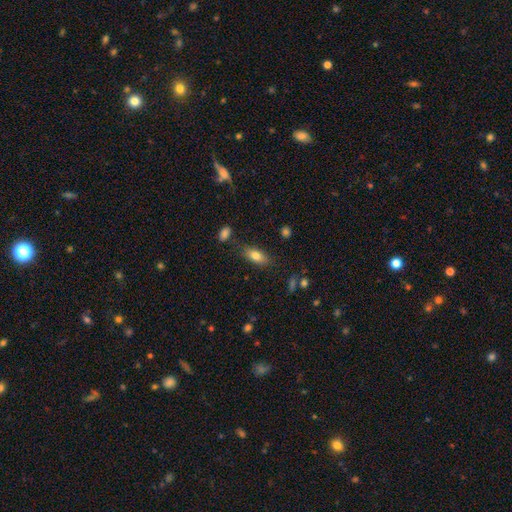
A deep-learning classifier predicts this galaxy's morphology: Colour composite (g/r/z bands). It shows a smooth galaxy with no disk features (81%) that is in between round and cigar-shaped (86%). Merging: none (80%).